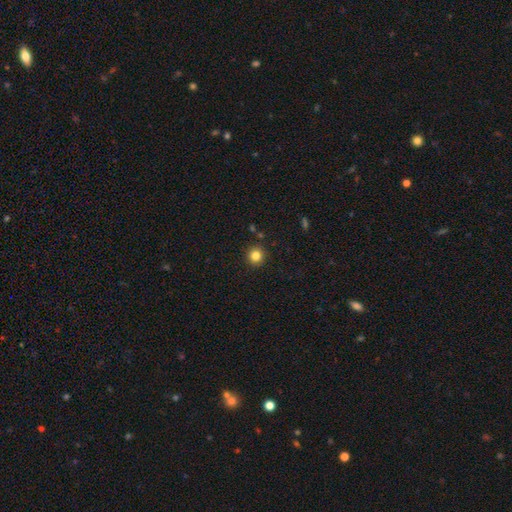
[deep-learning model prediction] Smooth or featured? Predicted: smooth (p=0.82). How rounded? Predicted: round (p=0.94). Merging? Predicted: none (p=0.91).